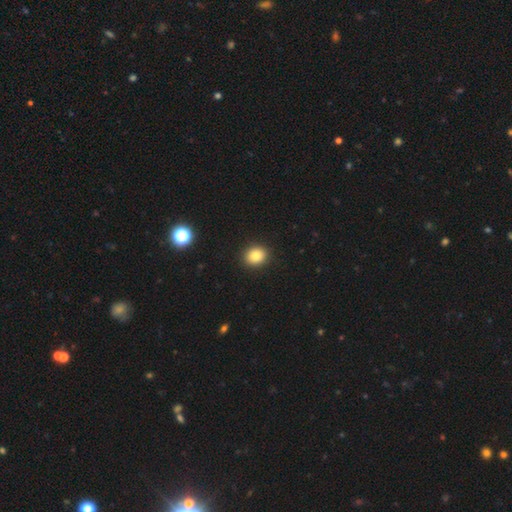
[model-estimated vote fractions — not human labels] The model was most divided on "how rounded": round: 69%, in between: 30%, cigar-shaped: 1%. More confident: merging — none (91%); smooth or featured — smooth (83%).